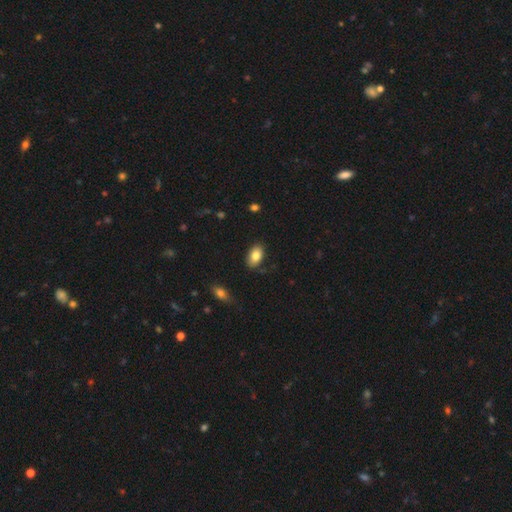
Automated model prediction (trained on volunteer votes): Smooth or featured? smooth (83%)
How rounded? in between (91%)
Merging? none (83%)